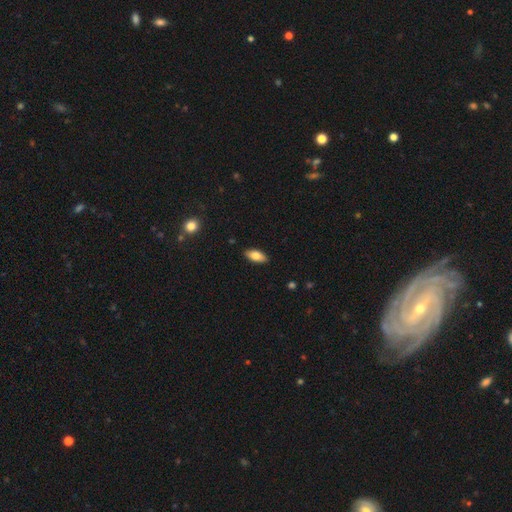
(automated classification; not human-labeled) smooth-or-featured: smooth: 79% | featured or disk: 14% | star or artifact: 7%
  how-rounded: in between: 87% | cigar-shaped: 10% | round: 2%
  merging: none: 88% | minor disturbance: 9% | major disturbance: 2% | merger: 1%